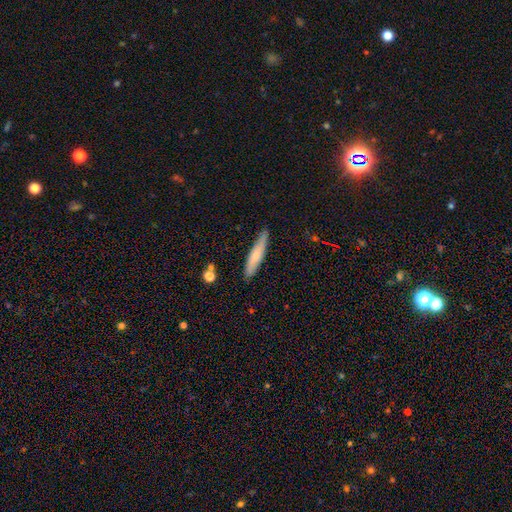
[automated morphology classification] Overall: smooth (63%; featured or disk 31%). How rounded: cigar-shaped (86%). Merging: none (84%).